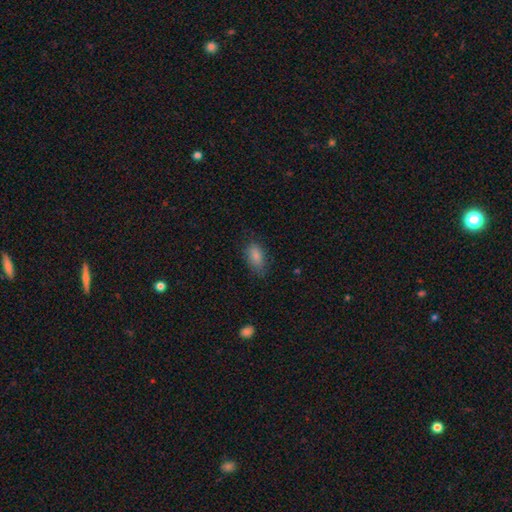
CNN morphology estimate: Q: Smooth or featured?
A: smooth (84%); runner-up: star or artifact (8%)
Q: How rounded?
A: in between (89%); runner-up: round (5%)
Q: Merging?
A: none (70%); runner-up: minor disturbance (23%)